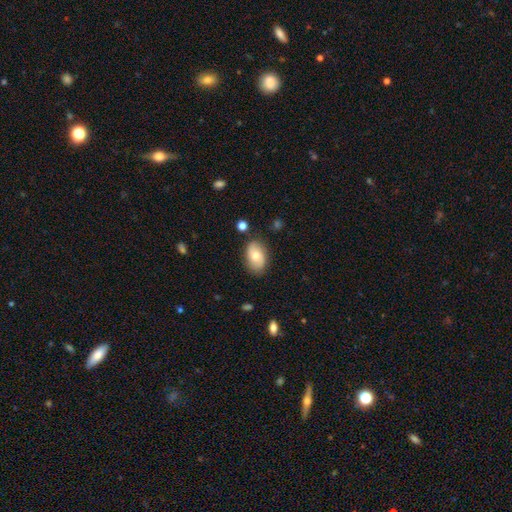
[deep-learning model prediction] Smooth or featured: smooth — 65% (featured or disk — 27%)
How rounded: in between — 89% (round — 9%)
Merging: none — 80% (minor disturbance — 15%)